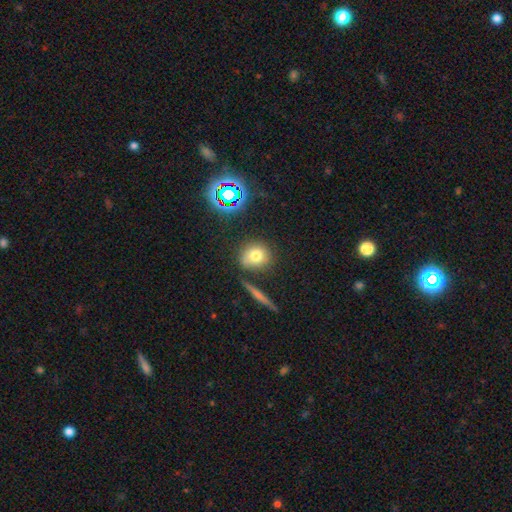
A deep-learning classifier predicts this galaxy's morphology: Q: Smooth or featured?
A: smooth (71%); runner-up: star or artifact (17%)
Q: How rounded?
A: round (80%); runner-up: in between (17%)
Q: Merging?
A: none (76%); runner-up: minor disturbance (12%)